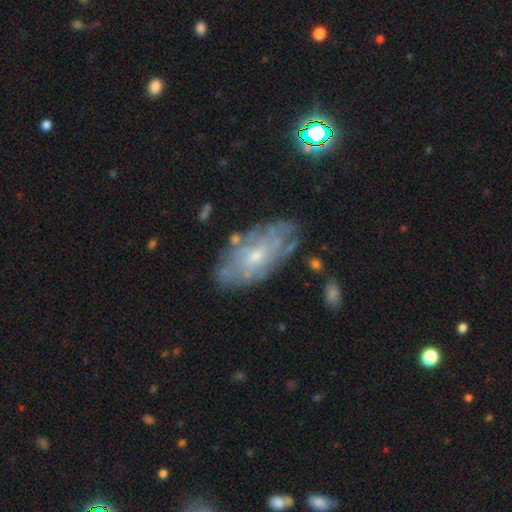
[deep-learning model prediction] Smooth or featured? Predicted: featured or disk (p=0.66). Edge-on disk? Predicted: no (p=0.91). Bar? Predicted: no (p=0.77). Spiral arms? Predicted: yes (p=0.59). Bulge size? Predicted: small (p=0.66). Merging? Predicted: none (p=0.71).